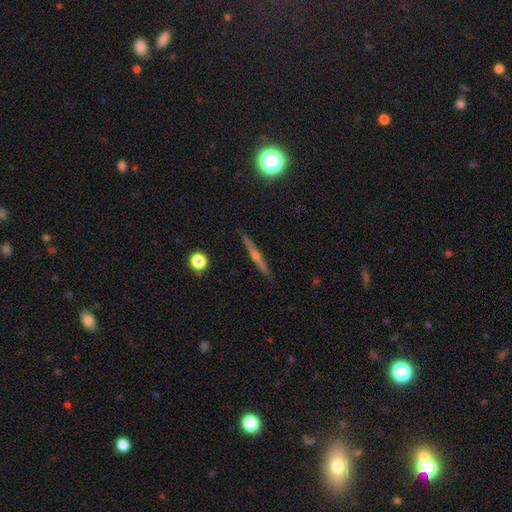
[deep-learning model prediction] This is likely a featured or disk galaxy (70%). It is clearly viewed edge-on (96%). Edge-on bulge: clearly rounded (83%). Merging: clearly none (91%).